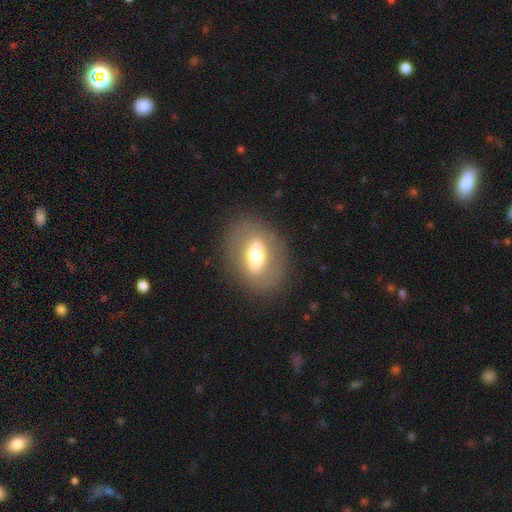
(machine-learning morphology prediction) The model was most divided on "smooth or featured": featured or disk: 47%, smooth: 45%, star or artifact: 8%. More confident: merging — none (82%).